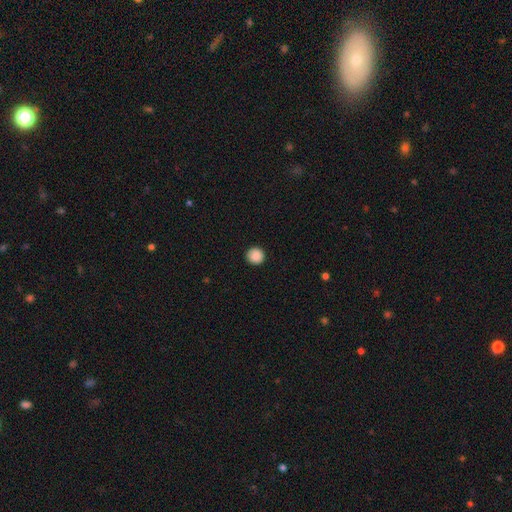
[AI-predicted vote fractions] This is clearly a smooth galaxy (89%). How rounded: clearly round (94%). Merging: clearly none (92%).